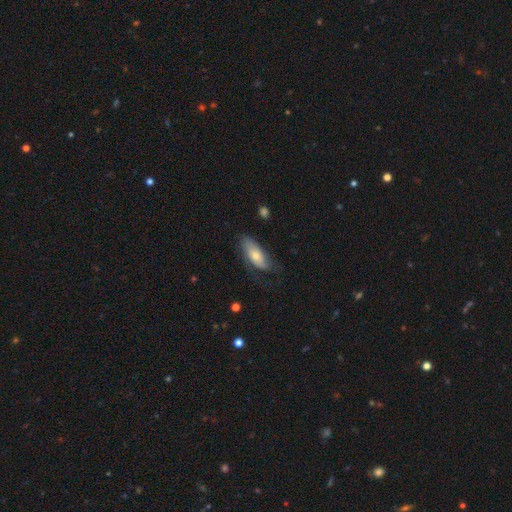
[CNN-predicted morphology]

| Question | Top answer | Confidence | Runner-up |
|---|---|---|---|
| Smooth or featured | smooth | 63% | featured or disk (30%) |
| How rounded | in between | 79% | cigar-shaped (18%) |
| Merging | none | 59% | minor disturbance (28%) |